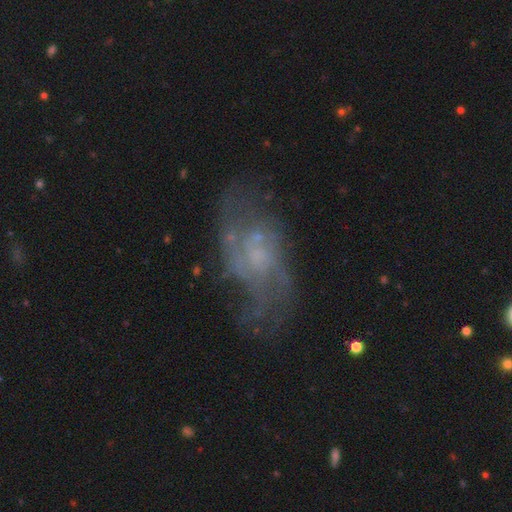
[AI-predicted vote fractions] Q: Smooth or featured?
A: featured or disk (75%); runner-up: smooth (16%)
Q: Edge-on disk?
A: no (96%); runner-up: yes (4%)
Q: Bar?
A: no (71%); runner-up: weak (25%)
Q: Spiral arms?
A: yes (77%); runner-up: no (23%)
Q: Spiral winding?
A: medium (40%); runner-up: loose (38%)
Q: Spiral arm count?
A: 2 (38%); runner-up: can't tell (35%)
Q: Bulge size?
A: small (40%); runner-up: none (39%)
Q: Merging?
A: none (54%); runner-up: major disturbance (21%)